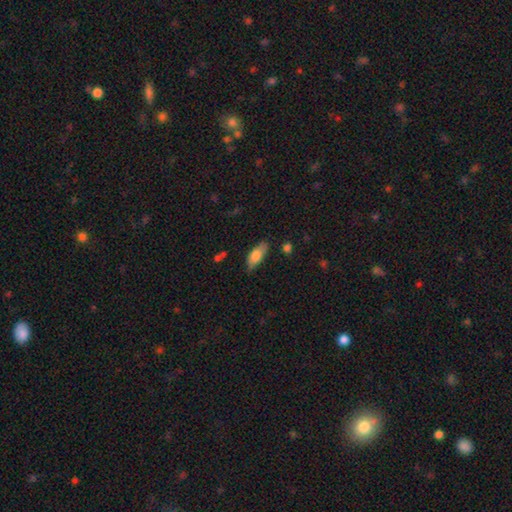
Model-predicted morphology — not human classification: The model was most divided on "merging": none: 73%, minor disturbance: 21%, major disturbance: 4%, merger: 2%. More confident: how rounded — in between (77%); smooth or featured — smooth (76%).